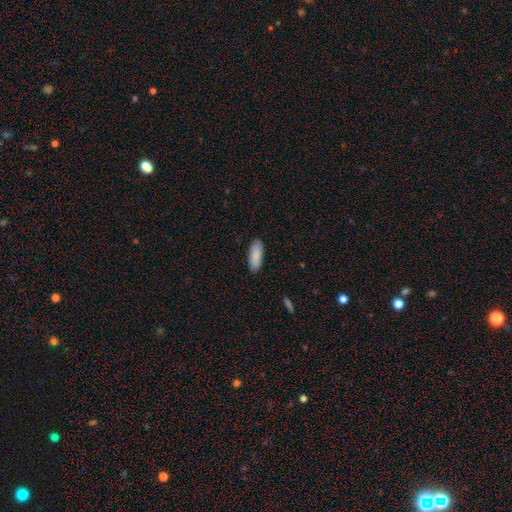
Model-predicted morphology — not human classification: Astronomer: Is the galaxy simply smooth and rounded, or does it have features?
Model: smooth — 89%.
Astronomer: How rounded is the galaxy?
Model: in between — 73%.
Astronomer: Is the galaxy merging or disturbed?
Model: none — 88%.